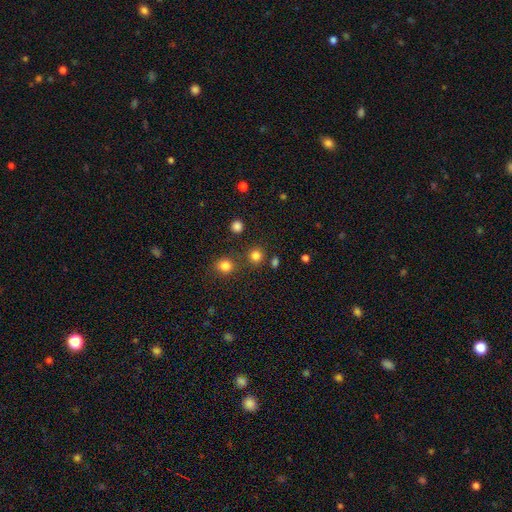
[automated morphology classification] This is clearly a smooth galaxy (80%). How rounded: clearly round (89%). Merging: clearly none (80%).